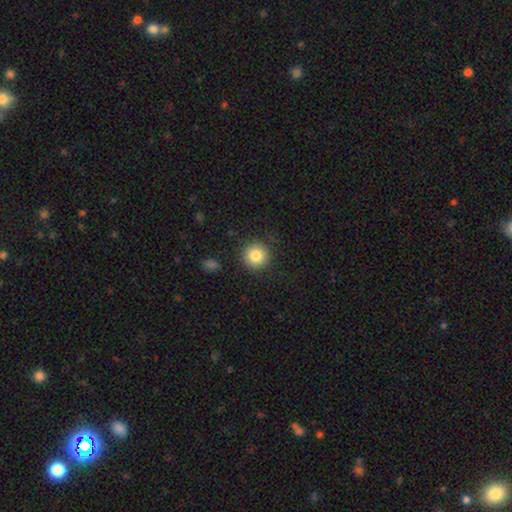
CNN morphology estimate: Smooth or featured? smooth (83%)
How rounded? round (95%)
Merging? none (90%)